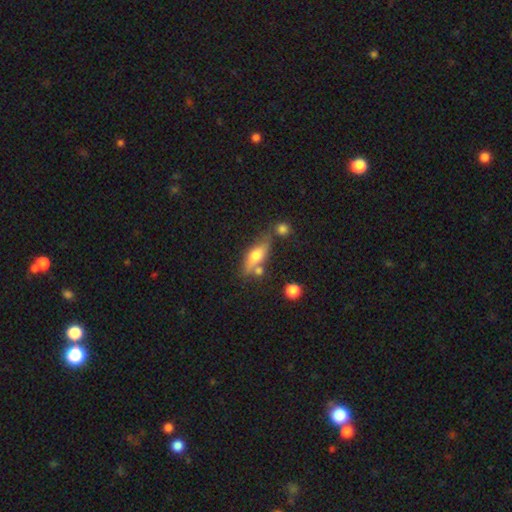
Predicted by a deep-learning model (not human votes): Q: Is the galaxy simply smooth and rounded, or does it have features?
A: smooth — 55%.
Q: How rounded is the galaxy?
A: in between — 63%.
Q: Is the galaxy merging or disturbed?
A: none — 58%.